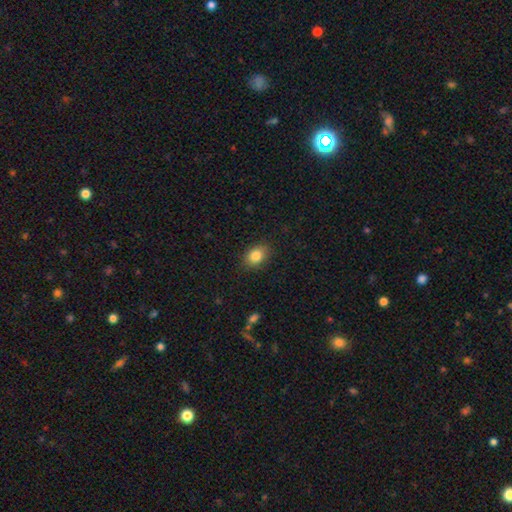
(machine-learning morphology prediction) The model was most divided on "how rounded": in between: 76%, round: 23%, cigar-shaped: 1%. More confident: merging — none (87%); smooth or featured — smooth (85%).